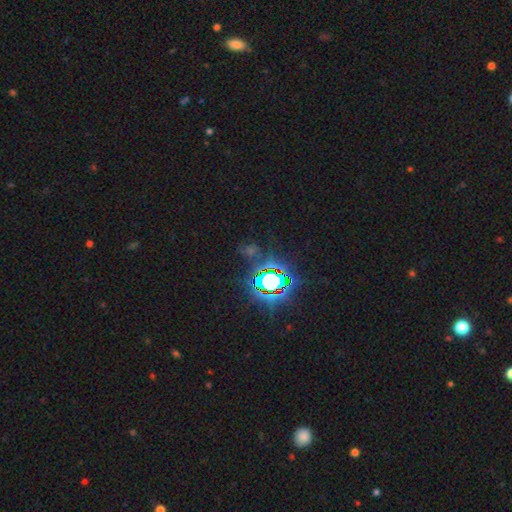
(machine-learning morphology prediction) Smooth or featured: star or artifact — 78% (smooth — 14%)